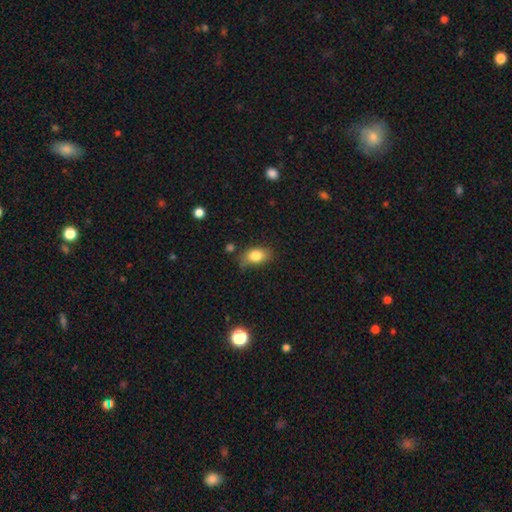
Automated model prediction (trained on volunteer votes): Smooth or featured? smooth (81%)
How rounded? in between (83%)
Merging? none (68%)